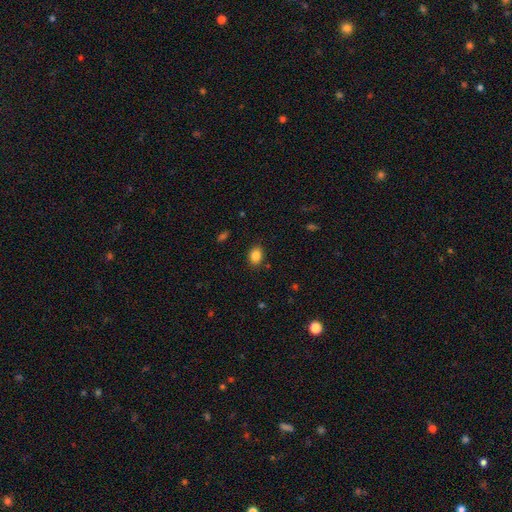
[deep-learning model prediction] Smooth or featured?
  - smooth: 85% *
  - star or artifact: 10%
  - featured or disk: 5%
How rounded?
  - in between: 62% *
  - round: 37%
  - cigar-shaped: 1%
Merging?
  - none: 86% *
  - minor disturbance: 10%
  - major disturbance: 3%
  - merger: 1%